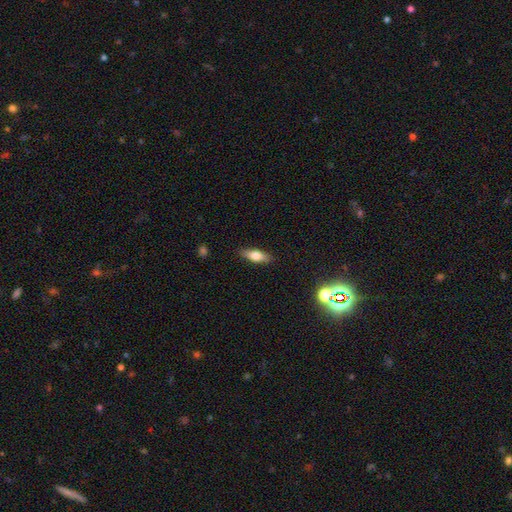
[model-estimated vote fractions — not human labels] This appears to be a smooth galaxy with no disk features (69%) that is in between round and cigar-shaped (65%). Merging: none (87%).